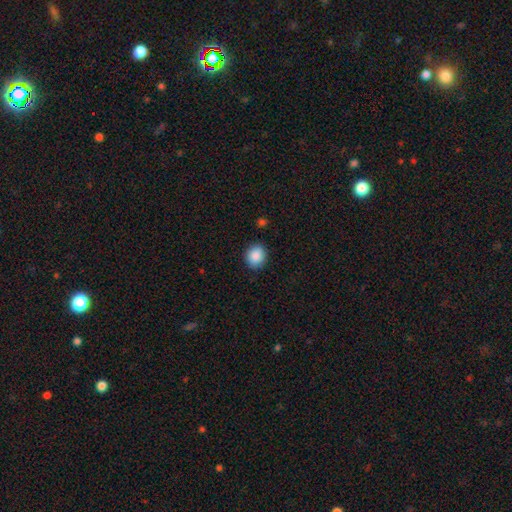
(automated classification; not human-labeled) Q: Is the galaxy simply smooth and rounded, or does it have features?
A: smooth — 89%.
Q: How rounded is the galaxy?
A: round — 72%.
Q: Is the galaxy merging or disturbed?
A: none — 88%.